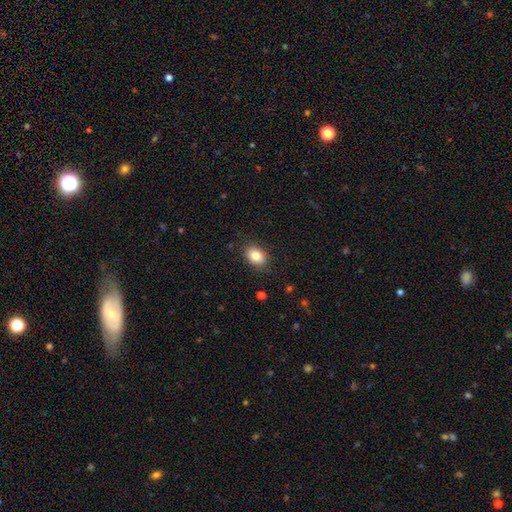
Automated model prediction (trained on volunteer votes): smooth 85%, star or artifact 9%, featured or disk 7%. Down the decision tree: how rounded — in between (73%); merging — none (86%).